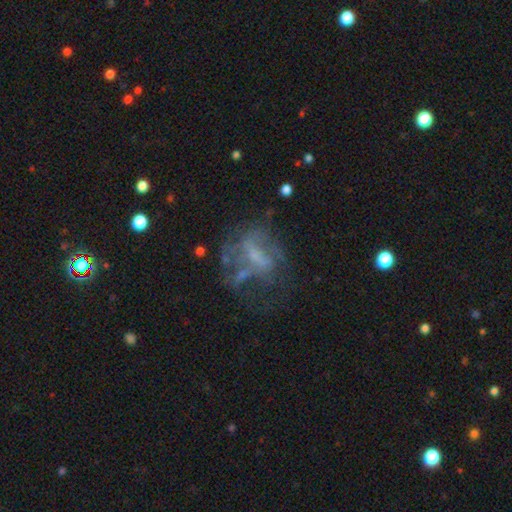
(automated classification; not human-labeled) Smooth or featured? featured or disk (61%)
Edge-on disk? no (96%)
Bar? no (52%)
Spiral arms? no (64%)
Bulge size? none (38%)
Merging? none (39%)